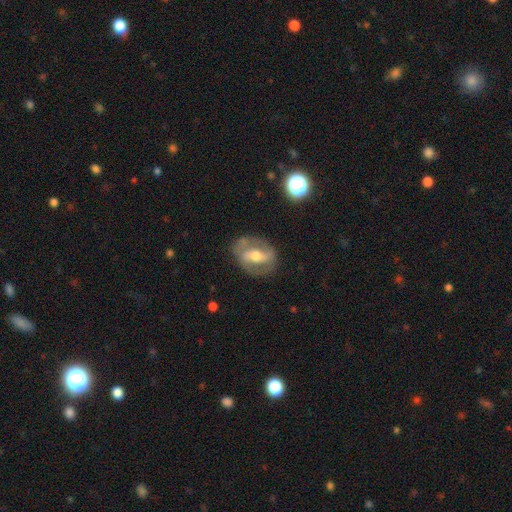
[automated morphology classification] The model was most divided on "bar": strong: 47%, weak: 34%, no: 19%. More confident: edge-on disk — no (94%); merging — none (76%); smooth or featured — featured or disk (73%); spiral arms — yes (69%); bulge size — moderate (66%).